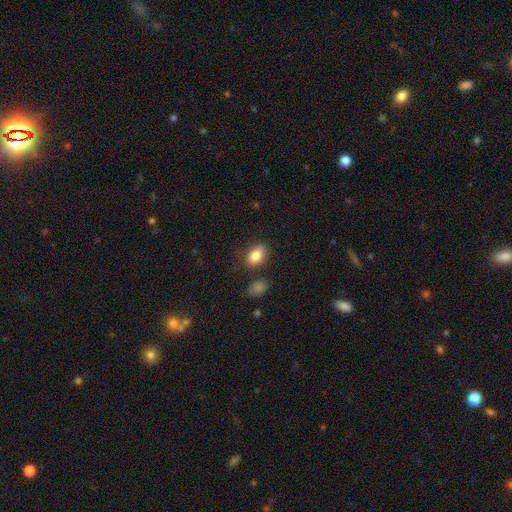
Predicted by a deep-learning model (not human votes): Smooth or featured?
  - smooth: 83% *
  - featured or disk: 9%
  - star or artifact: 8%
How rounded?
  - in between: 87% *
  - round: 10%
  - cigar-shaped: 3%
Merging?
  - none: 78% *
  - minor disturbance: 15%
  - merger: 4%
  - major disturbance: 4%